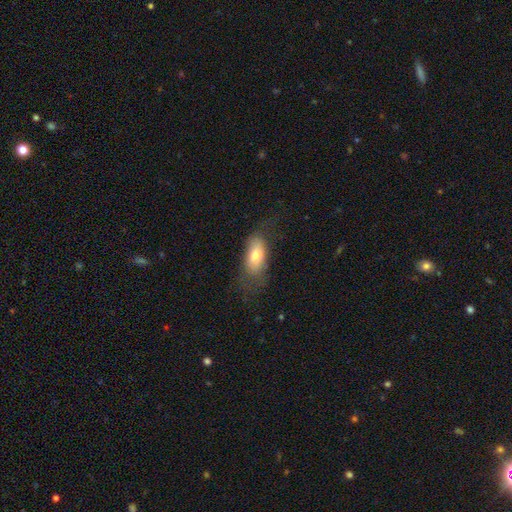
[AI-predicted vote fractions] smooth 71%, featured or disk 21%, star or artifact 8%. Down the decision tree: how rounded — in between (86%); merging — none (57%).